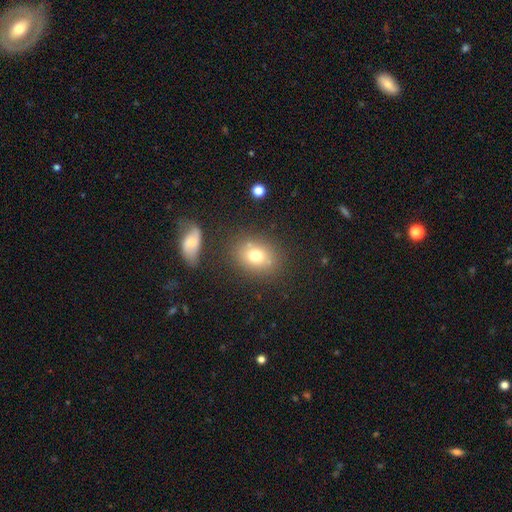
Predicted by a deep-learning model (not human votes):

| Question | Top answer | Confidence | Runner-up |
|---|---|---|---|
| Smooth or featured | smooth | 75% | featured or disk (13%) |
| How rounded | in between | 52% | round (47%) |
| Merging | none | 75% | minor disturbance (12%) |